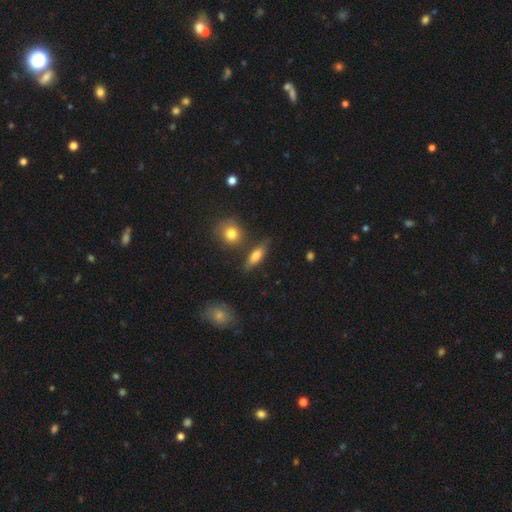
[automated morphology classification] A smooth galaxy with no disk features (68%) that is in between round and cigar-shaped (56%). Merging: none (74%).